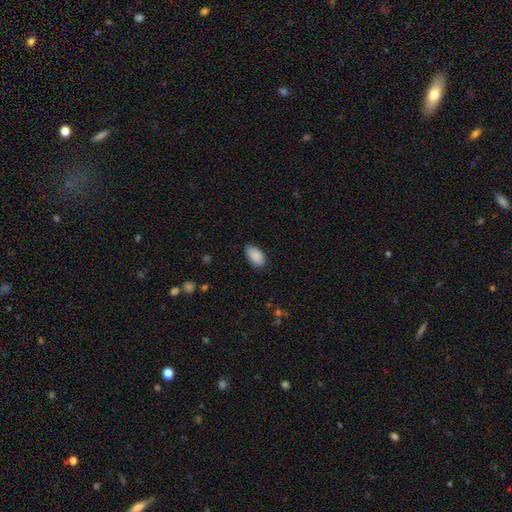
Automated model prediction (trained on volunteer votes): Overall: smooth (89%). How rounded: in between (94%). Merging: none (77%).